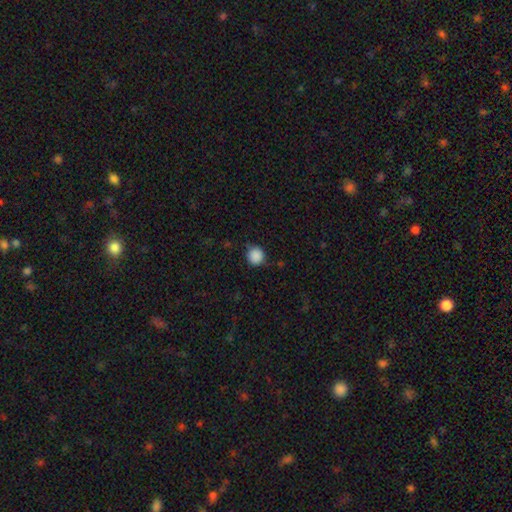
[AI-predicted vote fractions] The model was most divided on "merging": none: 81%, minor disturbance: 14%, major disturbance: 3%, merger: 1%. More confident: how rounded — round (90%); smooth or featured — smooth (88%).